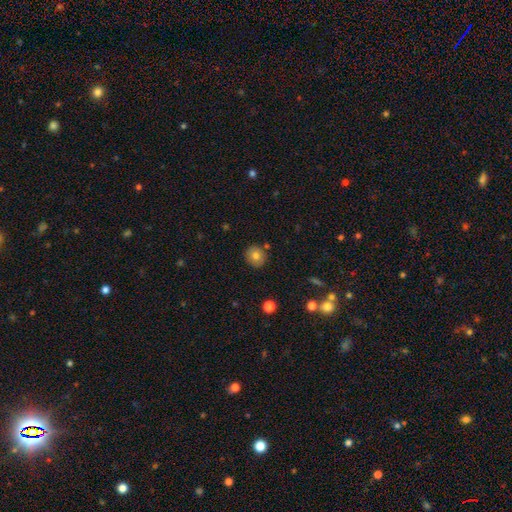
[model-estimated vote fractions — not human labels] Smooth or featured? Predicted: smooth (p=0.76). How rounded? Predicted: round (p=0.86). Merging? Predicted: none (p=0.86).